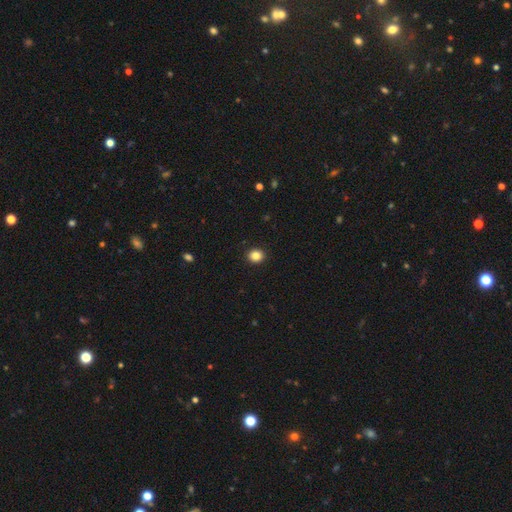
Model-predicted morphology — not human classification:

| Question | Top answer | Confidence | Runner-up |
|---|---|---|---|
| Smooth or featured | smooth | 85% | star or artifact (11%) |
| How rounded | round | 79% | in between (20%) |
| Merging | none | 93% | minor disturbance (5%) |